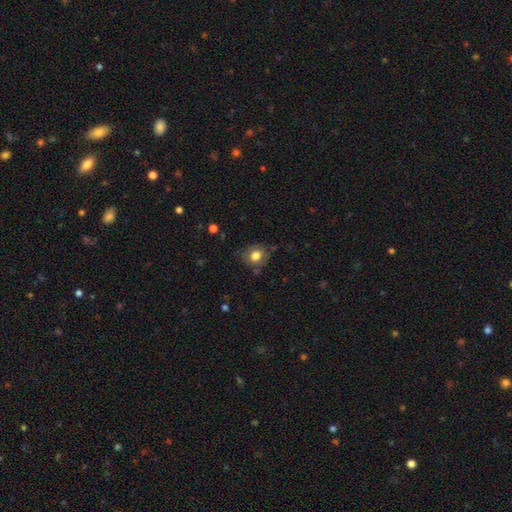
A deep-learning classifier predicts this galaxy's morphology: Overall: smooth (79%). How rounded: round (71%). Merging: none (75%).